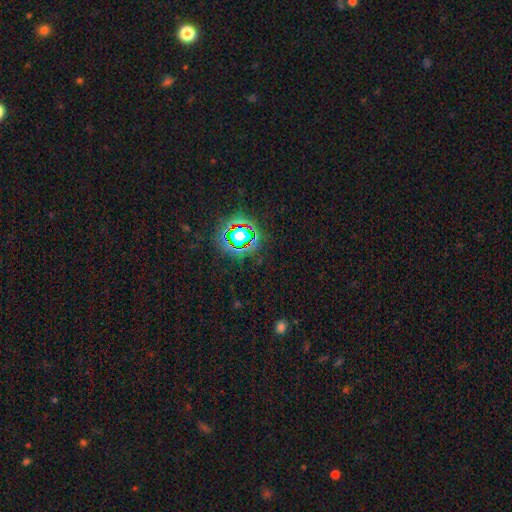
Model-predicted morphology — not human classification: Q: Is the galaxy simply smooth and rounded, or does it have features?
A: star or artifact — 76%.